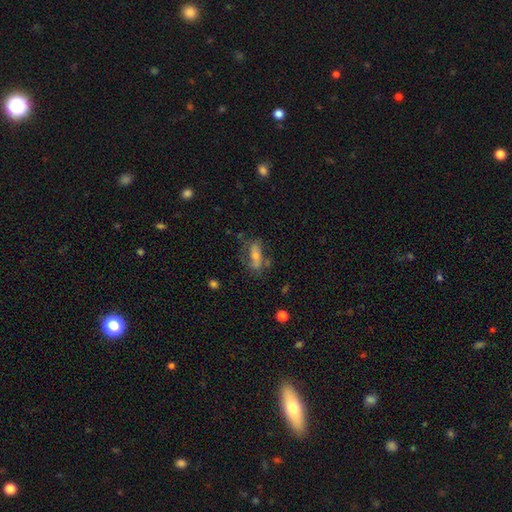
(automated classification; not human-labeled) This is possibly a featured or disk galaxy (47%). Merging: possibly none (59%).